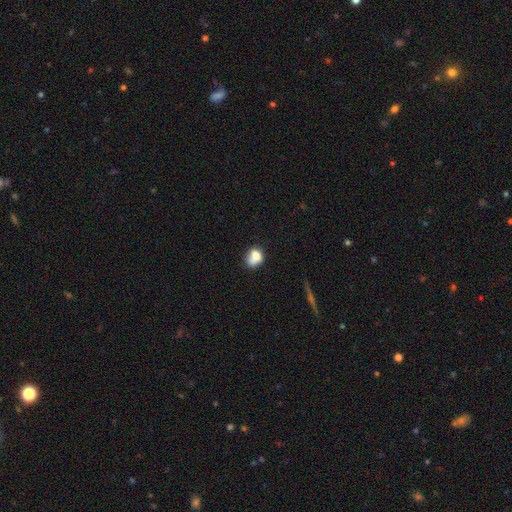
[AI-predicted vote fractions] This is likely a smooth galaxy (70%). How rounded: possibly in between (50%). Merging: marginally none (37%).